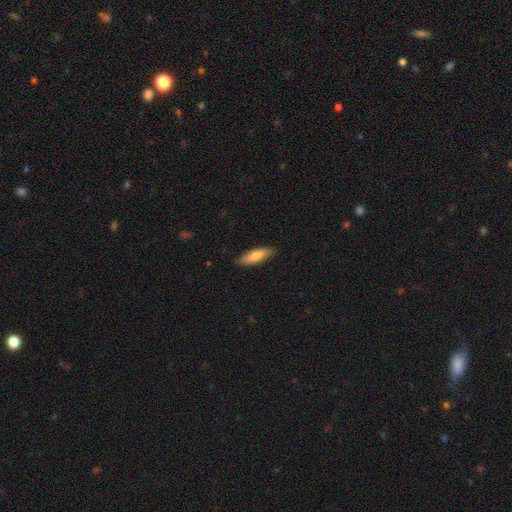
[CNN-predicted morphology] Smooth or featured? smooth (77%)
How rounded? in between (50%)
Merging? none (83%)